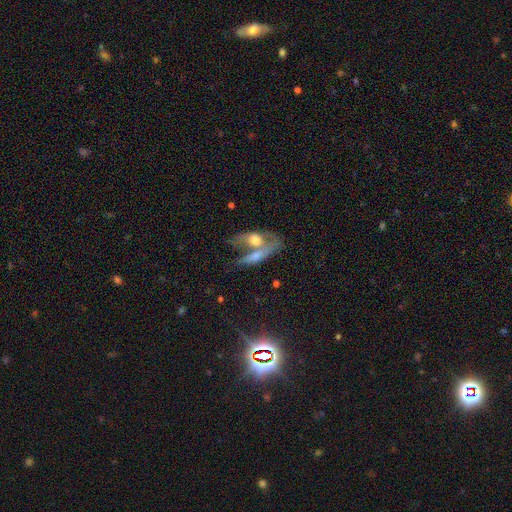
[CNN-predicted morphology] Overall: smooth (47%; featured or disk 45%). Merging: merger (62%).